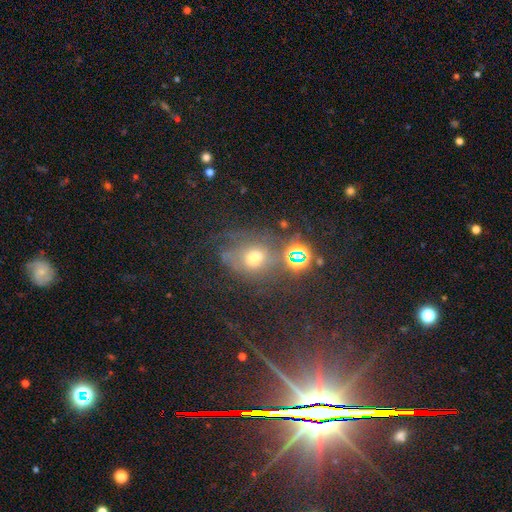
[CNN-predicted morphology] type=star or artifact (66%).